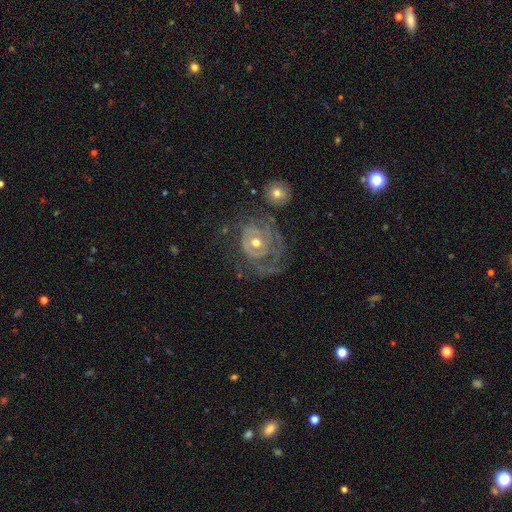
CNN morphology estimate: smooth-or-featured: featured or disk: 71% | star or artifact: 15% | smooth: 14%
  disk-edge-on: no: 97% | yes: 3%
    bar: no: 73% | weak: 21% | strong: 6%
    has-spiral-arms: yes: 85% | no: 15%
      spiral-winding: tight: 70% | medium: 23% | loose: 7%
      spiral-arm-count: can't tell: 42% | 2: 24% | 3: 13% | 1: 9% | 4: 6% | more than 4: 6%
    bulge-size: small: 58% | moderate: 38% | large: 2% | none: 2% | dominant: 1%
  merging: none: 69% | minor disturbance: 15% | major disturbance: 10% | merger: 6%